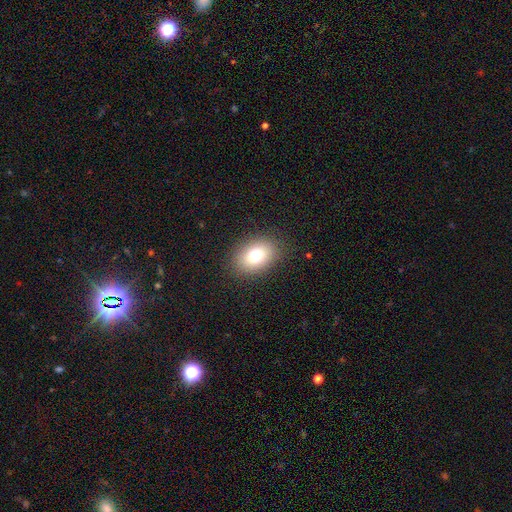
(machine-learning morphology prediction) Smooth or featured? Predicted: smooth (p=0.77). How rounded? Predicted: in between (p=0.77). Merging? Predicted: none (p=0.86).